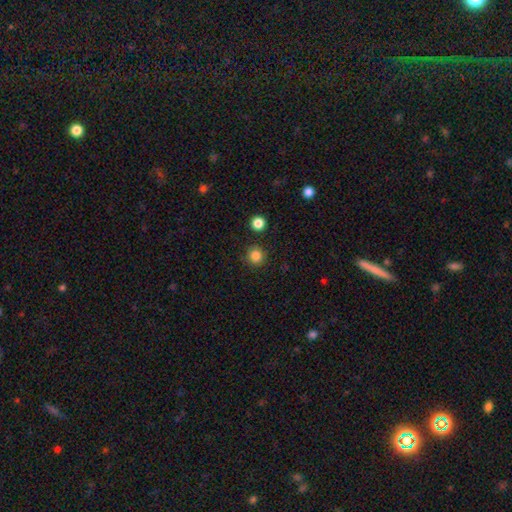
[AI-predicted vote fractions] smooth-or-featured: smooth: 84% | star or artifact: 12% | featured or disk: 4%
  how-rounded: round: 95% | in between: 4% | cigar-shaped: 1%
  merging: none: 90% | minor disturbance: 6% | merger: 2% | major disturbance: 2%